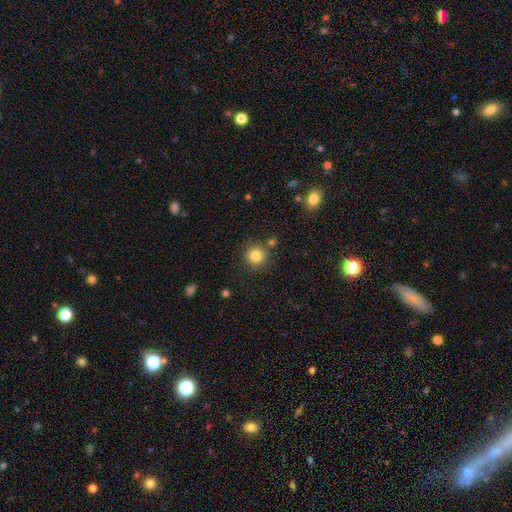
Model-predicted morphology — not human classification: type=smooth (83%); roundness=round (93%); merging=none (82%).